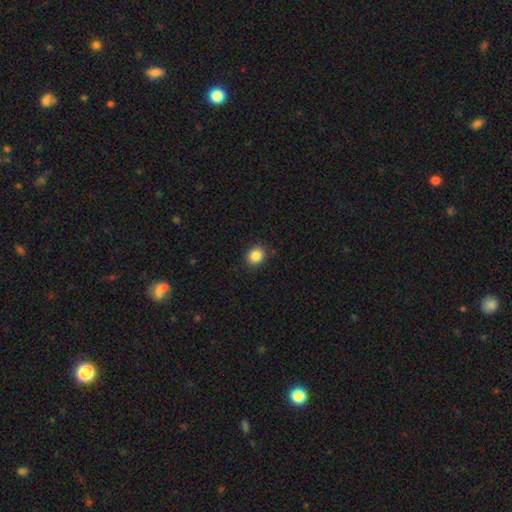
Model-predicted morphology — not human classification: smooth-or-featured: smooth: 86% | star or artifact: 10% | featured or disk: 4%
  how-rounded: round: 67% | in between: 32% | cigar-shaped: 1%
  merging: none: 89% | minor disturbance: 8% | major disturbance: 2% | merger: 1%